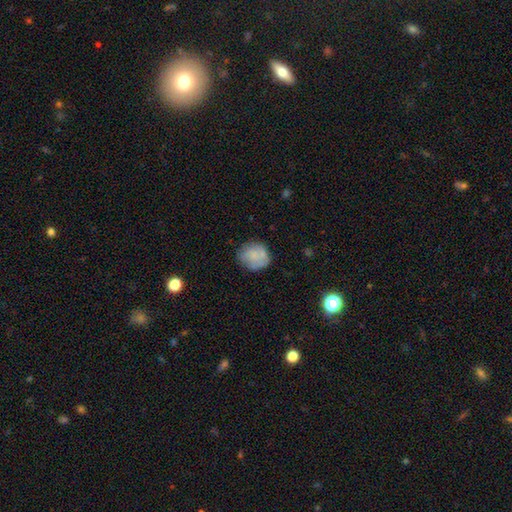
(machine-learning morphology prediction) This appears to be a smooth galaxy with no disk features (74%) that is round (81%). Merging: none (71%).